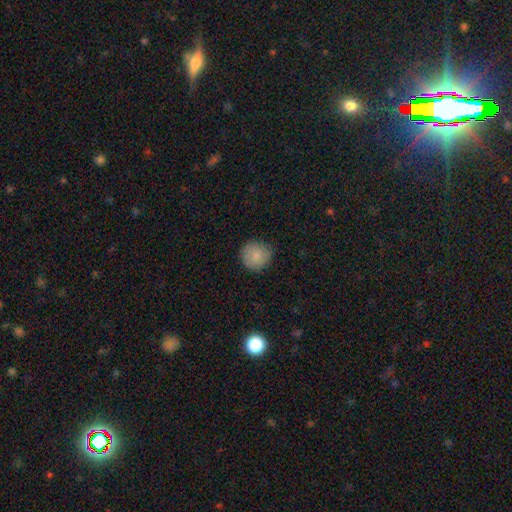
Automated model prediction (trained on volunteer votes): smooth 85%, featured or disk 8%, star or artifact 8%. Down the decision tree: how rounded — round (91%); merging — none (81%).